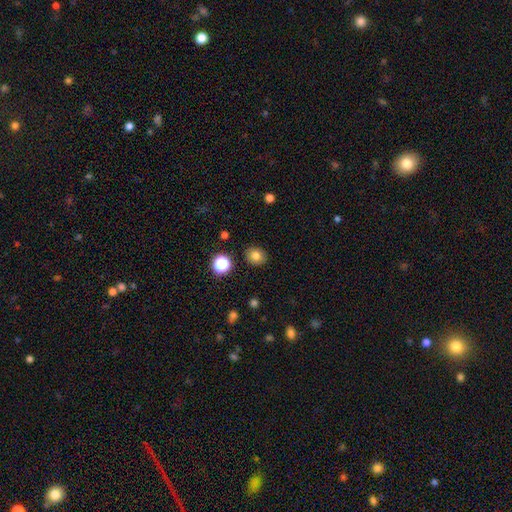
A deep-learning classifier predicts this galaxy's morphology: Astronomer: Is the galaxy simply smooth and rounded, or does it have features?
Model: smooth — 79%.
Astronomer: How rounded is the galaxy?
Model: round — 75%.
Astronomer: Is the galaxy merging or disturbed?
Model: none — 88%.